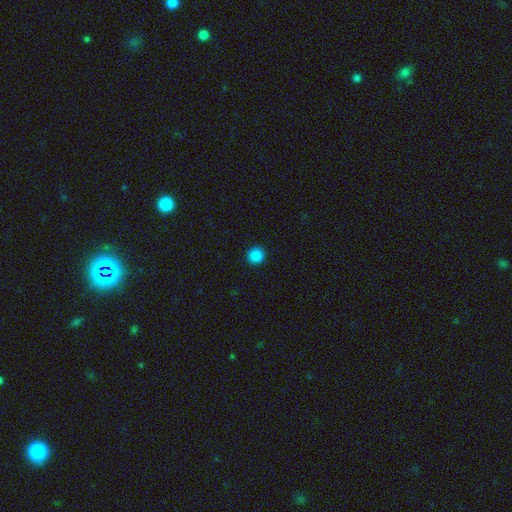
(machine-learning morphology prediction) The model was most divided on "smooth or featured": smooth: 87%, star or artifact: 11%, featured or disk: 2%. More confident: how rounded — round (95%); merging — none (93%).